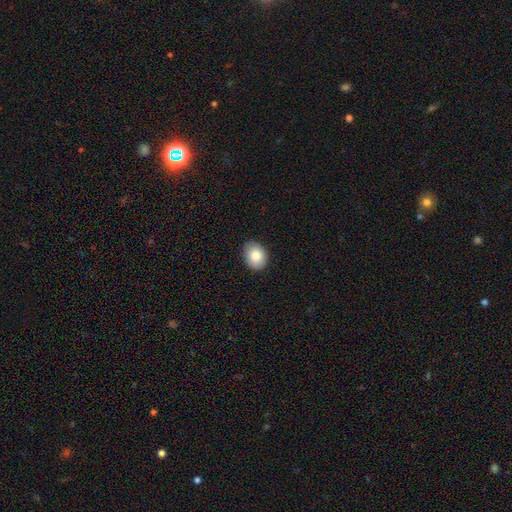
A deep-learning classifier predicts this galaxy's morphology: Smooth or featured? smooth (85%)
How rounded? in between (63%)
Merging? none (84%)